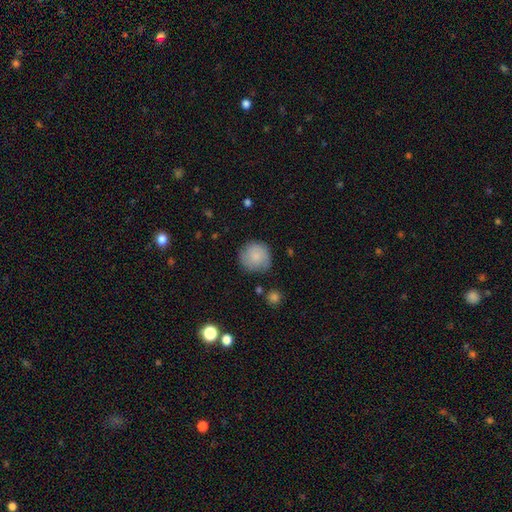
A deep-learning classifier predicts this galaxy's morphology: Overall: smooth (74%). How rounded: round (91%). Merging: none (79%).